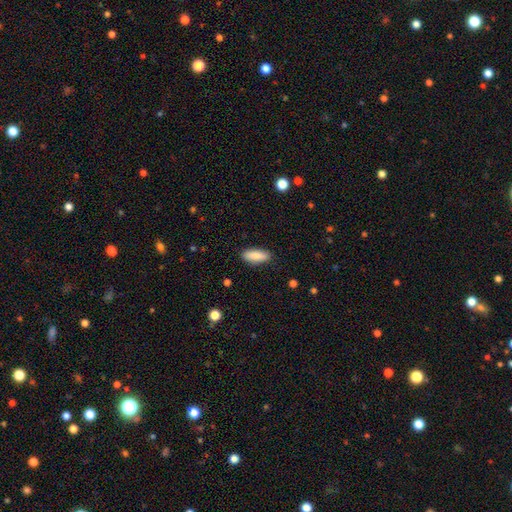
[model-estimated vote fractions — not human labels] Smooth or featured? Predicted: smooth (p=0.87). How rounded? Predicted: in between (p=0.74). Merging? Predicted: none (p=0.88).